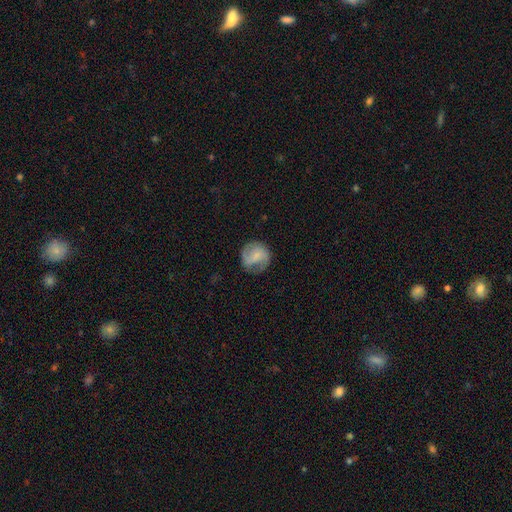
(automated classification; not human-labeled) This is possibly a featured or disk galaxy (52%). It is clearly not viewed edge-on (98%). Bar: marginally weak (43%). Spiral arm pattern: clearly yes (87%). Central bulge: marginally small (40%). Merging: likely none (70%).